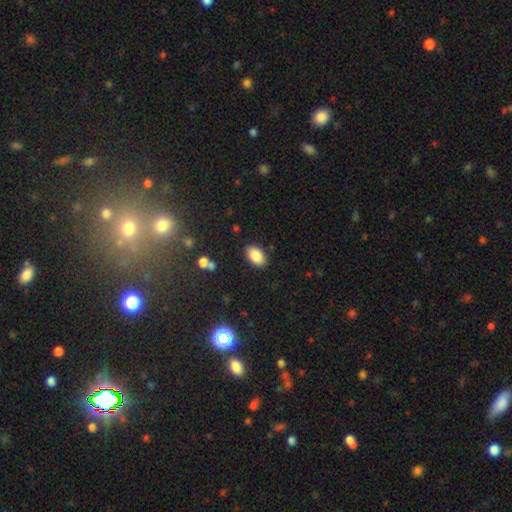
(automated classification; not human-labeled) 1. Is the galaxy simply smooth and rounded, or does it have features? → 87% smooth, 8% star or artifact, 5% featured or disk.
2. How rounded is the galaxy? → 92% in between, 7% round, 1% cigar-shaped.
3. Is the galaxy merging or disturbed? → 86% none, 10% minor disturbance, 2% major disturbance, 2% merger.